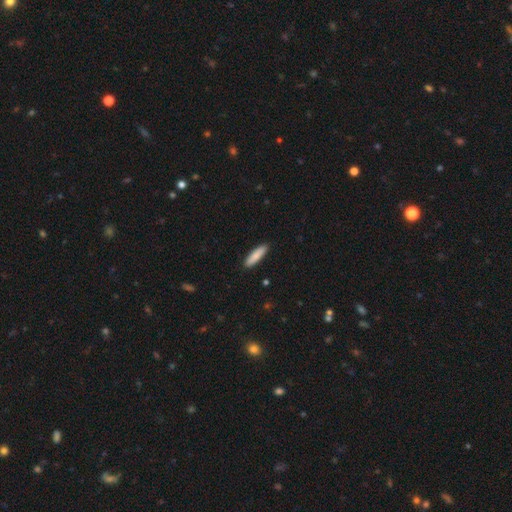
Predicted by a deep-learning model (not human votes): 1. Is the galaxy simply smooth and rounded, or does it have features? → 85% smooth, 9% featured or disk, 5% star or artifact.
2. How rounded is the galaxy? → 71% cigar-shaped, 27% in between, 1% round.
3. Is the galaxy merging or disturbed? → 90% none, 8% minor disturbance, 1% major disturbance, 1% merger.